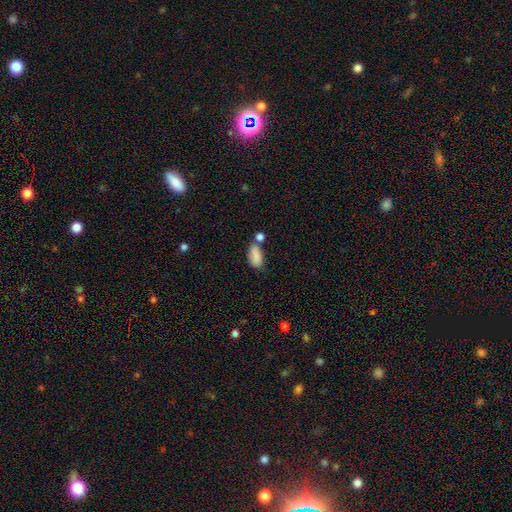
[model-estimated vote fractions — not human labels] A smooth galaxy with no disk features (84%) that is in between round and cigar-shaped (90%). Merging: none (44%).